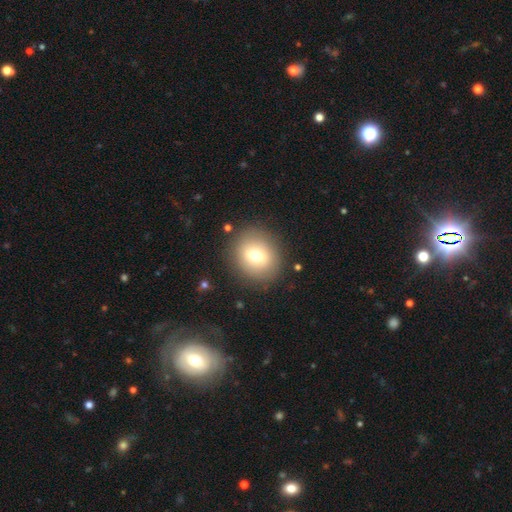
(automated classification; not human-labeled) Smooth or featured?
  - smooth: 70% *
  - featured or disk: 19%
  - star or artifact: 11%
How rounded?
  - round: 80% *
  - in between: 19%
  - cigar-shaped: 1%
Merging?
  - none: 86% *
  - minor disturbance: 9%
  - major disturbance: 4%
  - merger: 2%